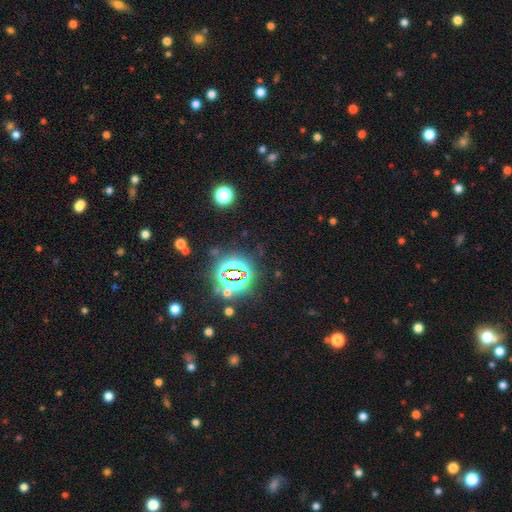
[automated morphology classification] smooth_or_featured: star or artifact (p=0.83) [alt: smooth p=0.10]